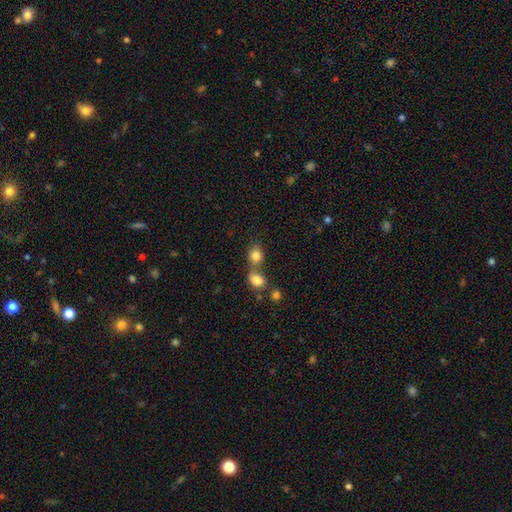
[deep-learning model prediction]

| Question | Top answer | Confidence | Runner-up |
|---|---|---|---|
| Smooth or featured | smooth | 83% | star or artifact (10%) |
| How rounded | round | 62% | in between (37%) |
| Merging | merger | 50% | none (39%) |